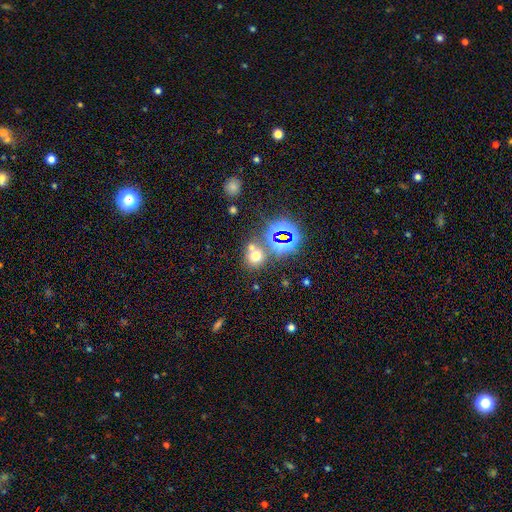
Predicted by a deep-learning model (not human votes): Smooth or featured? Predicted: smooth (p=0.57). How rounded? Predicted: round (p=0.82). Merging? Predicted: none (p=0.64).